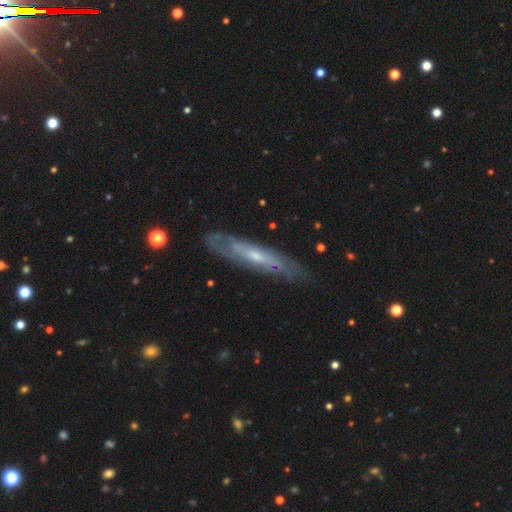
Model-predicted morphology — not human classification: Smooth or featured: featured or disk — 72% (smooth — 22%)
Edge-on disk: yes — 54% (no — 46%)
Merging: none — 80% (minor disturbance — 15%)